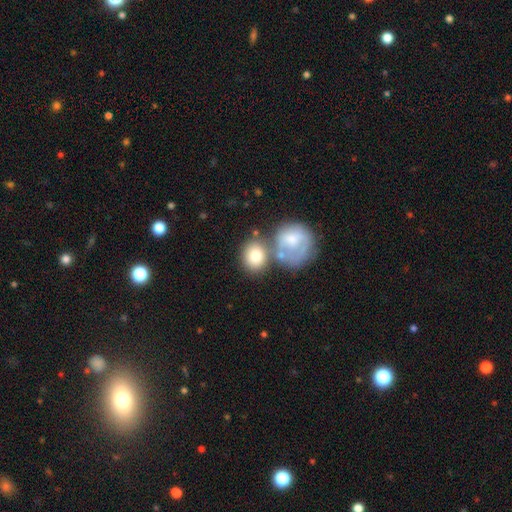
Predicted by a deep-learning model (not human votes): The model was most divided on "merging": none: 48%, merger: 31%, minor disturbance: 14%, major disturbance: 7%. More confident: smooth or featured — smooth (76%); how rounded — round (65%).